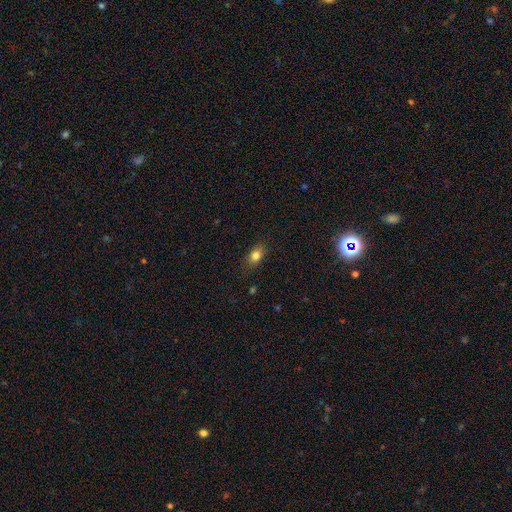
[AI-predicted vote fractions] Smooth or featured? smooth (81%)
How rounded? in between (75%)
Merging? none (81%)